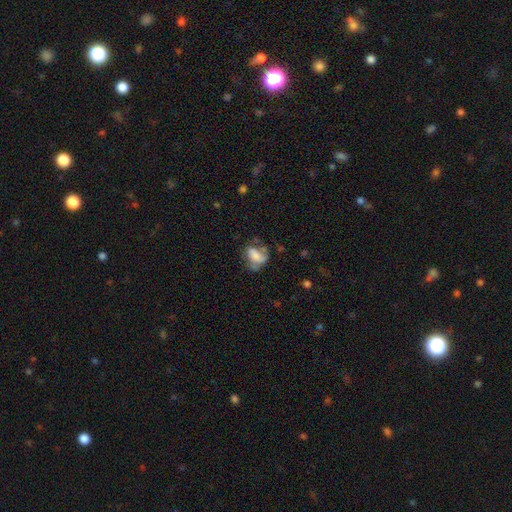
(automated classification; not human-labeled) Smooth or featured: smooth — 59% (featured or disk — 32%)
How rounded: in between — 79% (round — 18%)
Merging: none — 36% (minor disturbance — 29%)